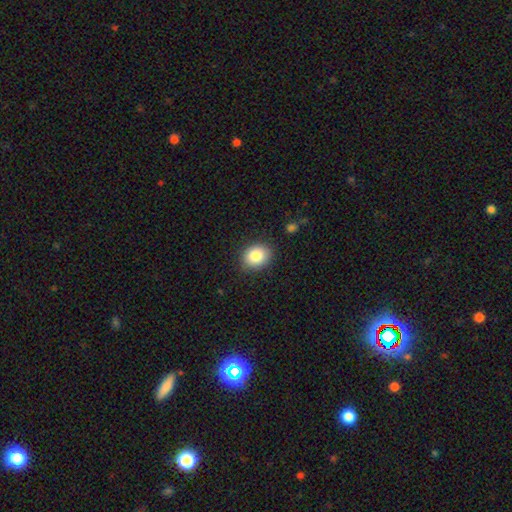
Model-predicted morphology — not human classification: Overall: smooth (84%). How rounded: round (54%; in between 45%). Merging: none (86%).